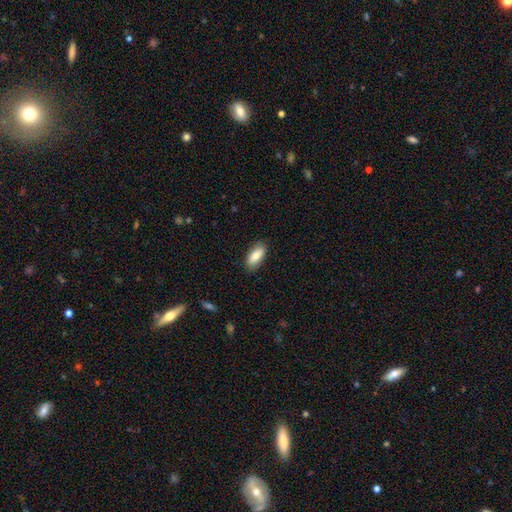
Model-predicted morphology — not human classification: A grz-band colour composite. It shows a smooth galaxy with no disk features (84%) that is in between round and cigar-shaped (84%). Merging: none (85%).